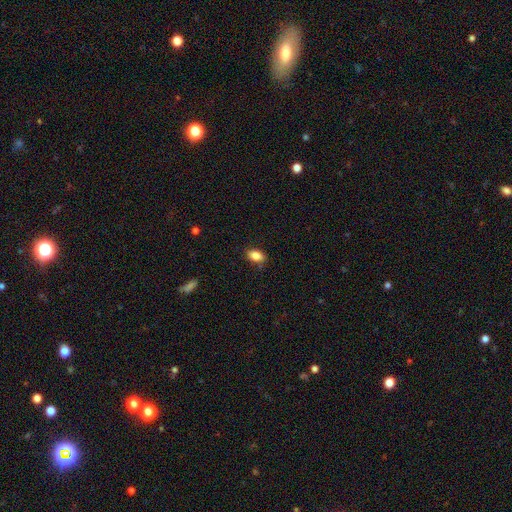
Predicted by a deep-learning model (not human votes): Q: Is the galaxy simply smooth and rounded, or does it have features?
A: smooth — 85%.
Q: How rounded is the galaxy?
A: in between — 88%.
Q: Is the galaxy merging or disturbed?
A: none — 85%.